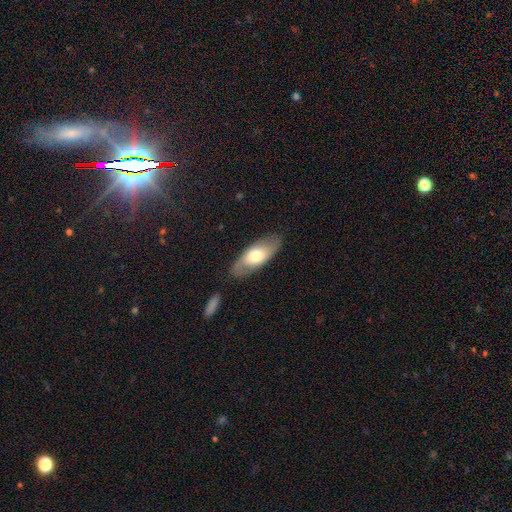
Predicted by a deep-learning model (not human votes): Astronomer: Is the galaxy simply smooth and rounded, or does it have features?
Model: smooth — 56% (runner-up: featured or disk, 39%).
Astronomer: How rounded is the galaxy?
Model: in between — 83%.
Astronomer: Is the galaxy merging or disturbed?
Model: none — 80%.